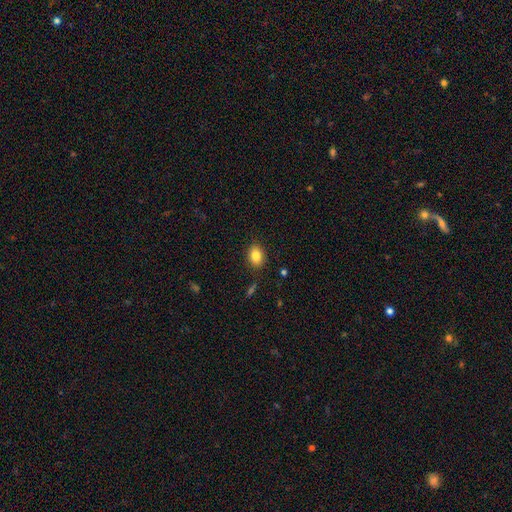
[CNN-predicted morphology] Smooth or featured?
  - smooth: 84% *
  - star or artifact: 9%
  - featured or disk: 7%
How rounded?
  - in between: 65% *
  - round: 34%
  - cigar-shaped: 1%
Merging?
  - none: 87% *
  - minor disturbance: 9%
  - major disturbance: 2%
  - merger: 1%